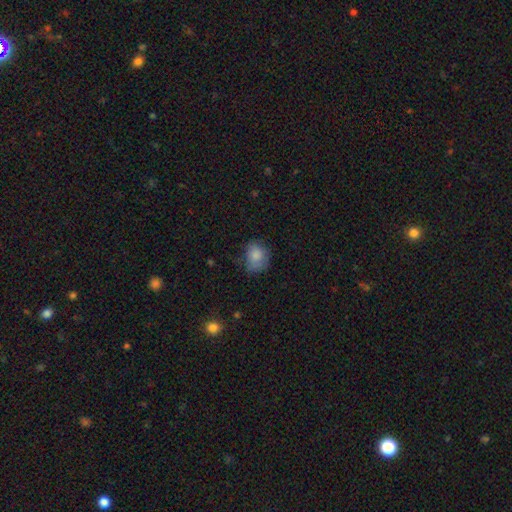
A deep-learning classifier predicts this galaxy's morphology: Smooth or featured? smooth (82%)
How rounded? round (54%)
Merging? none (55%)